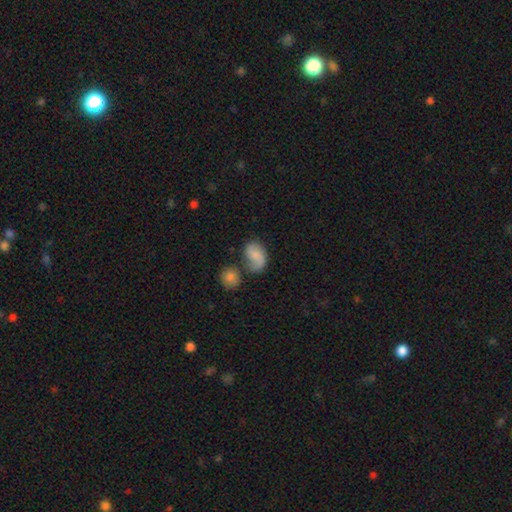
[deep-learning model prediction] Smooth or featured? smooth (62%)
How rounded? in between (81%)
Merging? none (42%)